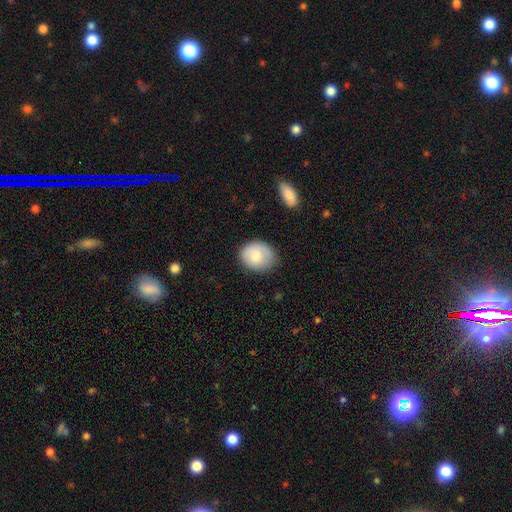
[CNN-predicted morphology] Smooth or featured?
  - smooth: 75% *
  - featured or disk: 18%
  - star or artifact: 7%
How rounded?
  - round: 56% *
  - in between: 43%
  - cigar-shaped: 1%
Merging?
  - none: 74% *
  - minor disturbance: 20%
  - major disturbance: 4%
  - merger: 2%